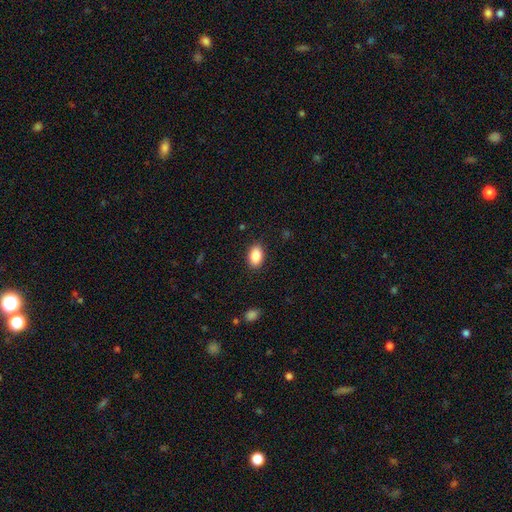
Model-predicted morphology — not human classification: Q: Smooth or featured?
A: smooth (87%); runner-up: star or artifact (8%)
Q: How rounded?
A: in between (88%); runner-up: round (10%)
Q: Merging?
A: none (88%); runner-up: minor disturbance (9%)